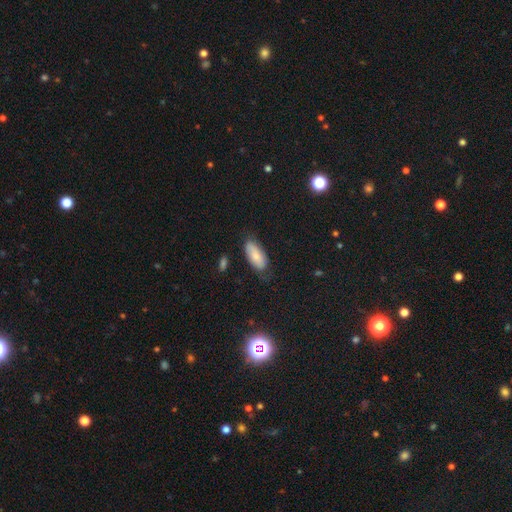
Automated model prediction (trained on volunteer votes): Q: Smooth or featured?
A: smooth (76%); runner-up: featured or disk (17%)
Q: How rounded?
A: in between (89%); runner-up: cigar-shaped (9%)
Q: Merging?
A: none (66%); runner-up: minor disturbance (26%)